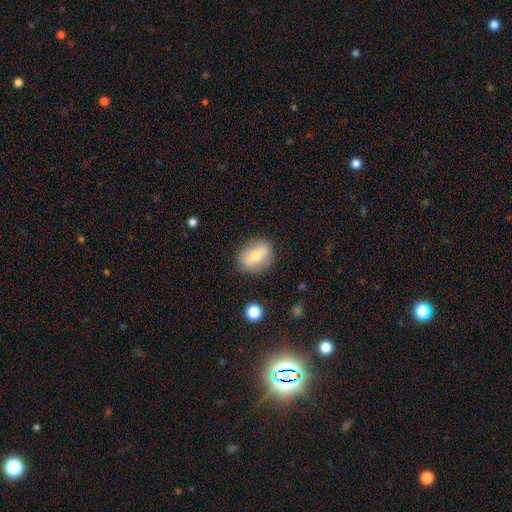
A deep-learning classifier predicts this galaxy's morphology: Q: Smooth or featured?
A: smooth (64%); runner-up: featured or disk (28%)
Q: How rounded?
A: in between (62%); runner-up: round (36%)
Q: Merging?
A: none (80%); runner-up: minor disturbance (13%)